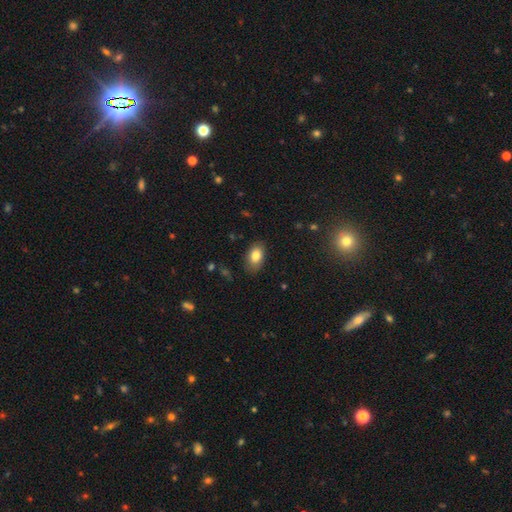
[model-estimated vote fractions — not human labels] smooth 82%, featured or disk 9%, star or artifact 8%. Down the decision tree: how rounded — in between (88%); merging — none (83%).